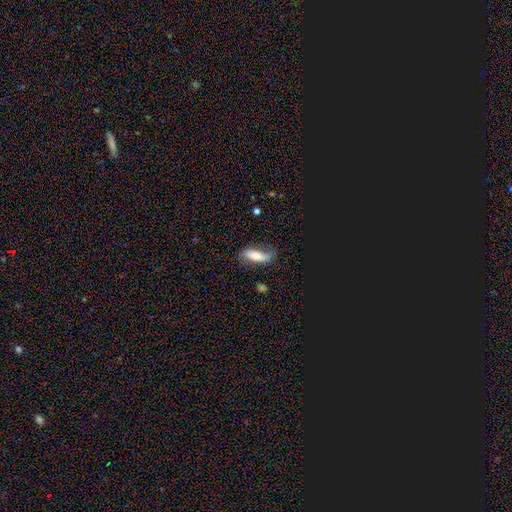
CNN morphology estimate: Smooth or featured? Predicted: smooth (p=0.69). How rounded? Predicted: in between (p=0.67). Merging? Predicted: none (p=0.66).